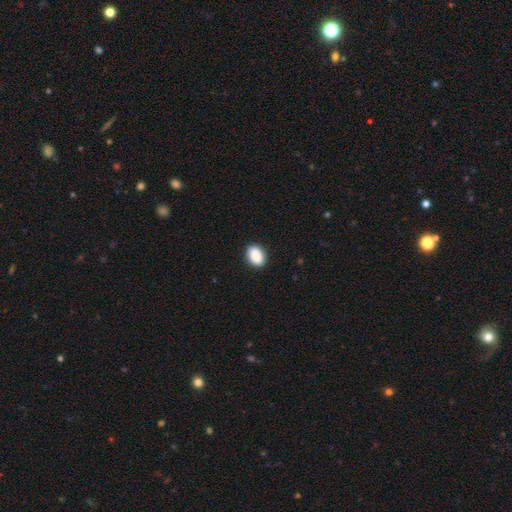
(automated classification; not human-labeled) Smooth or featured? Predicted: smooth (p=0.90). How rounded? Predicted: in between (p=0.86). Merging? Predicted: none (p=0.89).